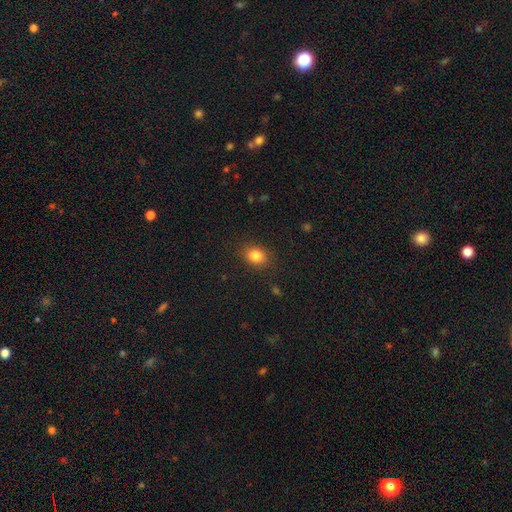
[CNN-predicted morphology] smooth_or_featured: smooth (p=0.83) [alt: star or artifact p=0.11]
how_rounded: in between (p=0.55) [alt: round p=0.44]
merging: none (p=0.86) [alt: minor disturbance p=0.10]